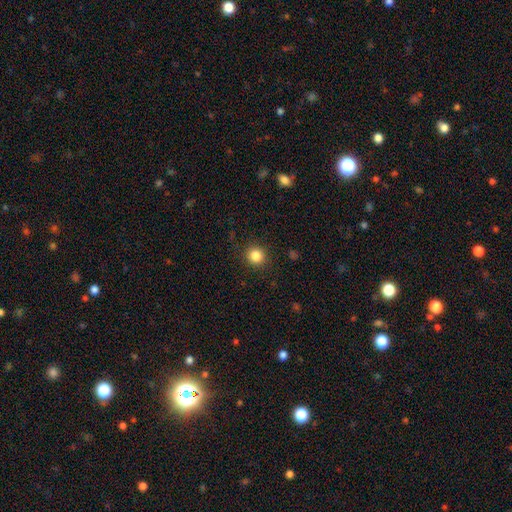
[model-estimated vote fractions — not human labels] smooth 84%, star or artifact 11%, featured or disk 4%. Down the decision tree: how rounded — round (93%); merging — none (91%).